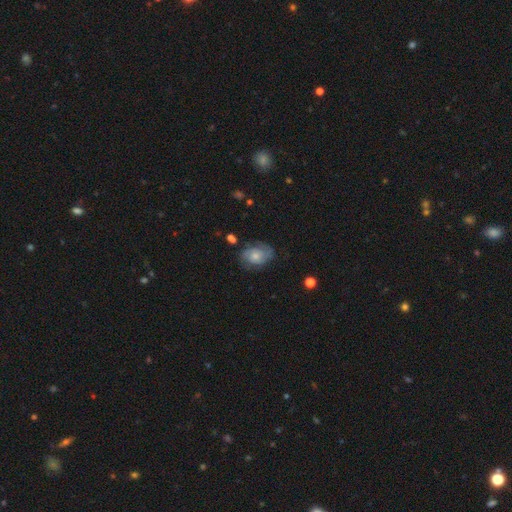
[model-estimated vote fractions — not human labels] Smooth or featured? featured or disk (60%)
Edge-on disk? no (97%)
Bar? no (77%)
Spiral arms? yes (87%)
Spiral winding? tight (45%)
Spiral arm count? 2 (58%)
Bulge size? small (47%)
Merging? none (67%)